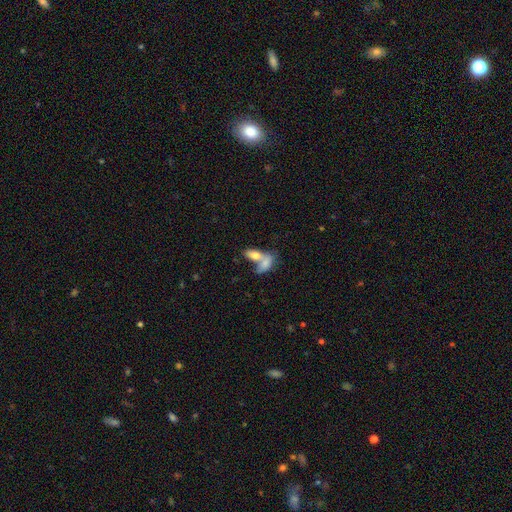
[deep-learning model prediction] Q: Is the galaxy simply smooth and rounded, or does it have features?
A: smooth — 75%.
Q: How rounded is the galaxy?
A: in between — 86%.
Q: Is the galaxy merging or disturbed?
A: merger — 66%.